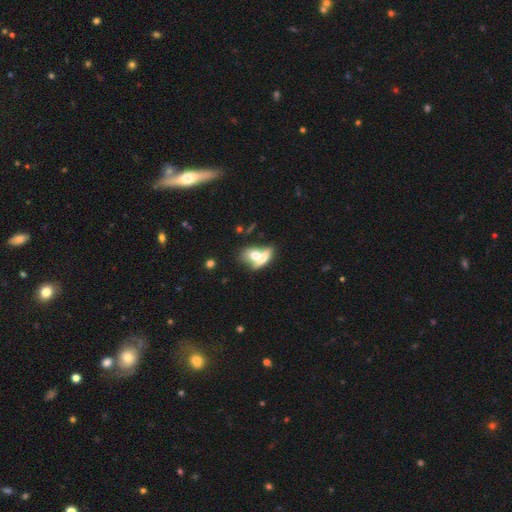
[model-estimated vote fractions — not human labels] smooth 58%, featured or disk 35%, star or artifact 8%. Down the decision tree: how rounded — in between (61%); merging — merger (68%).